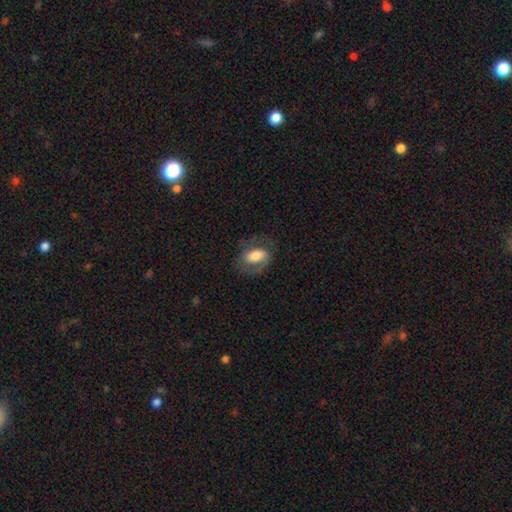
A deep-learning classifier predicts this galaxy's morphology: Overall: smooth (52%; featured or disk 41%). How rounded: in between (86%). Merging: none (61%).